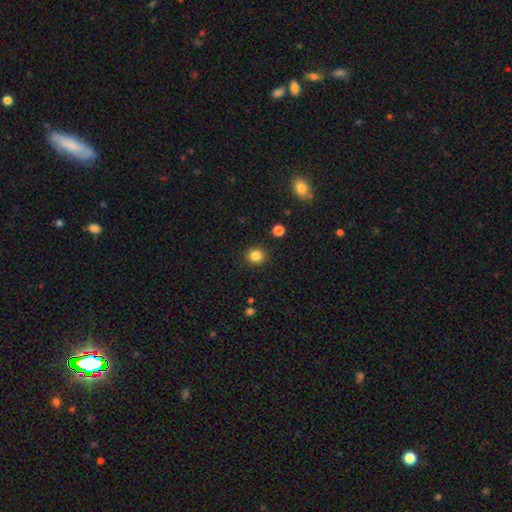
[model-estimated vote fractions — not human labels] This appears to be a smooth galaxy with no disk features (84%) that is round (86%). Merging: none (91%).